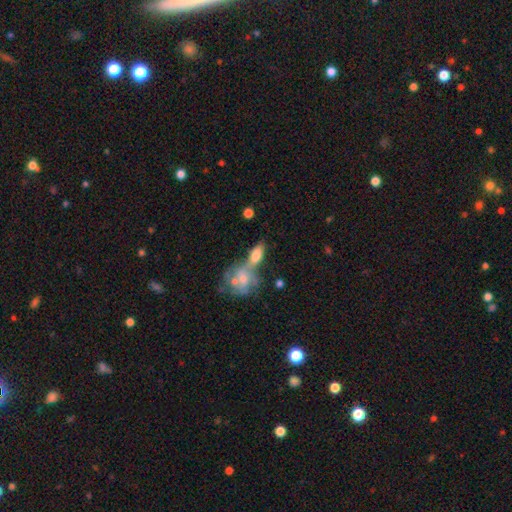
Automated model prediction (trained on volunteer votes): Smooth or featured? Predicted: smooth (p=0.63). How rounded? Predicted: in between (p=0.76). Merging? Predicted: merger (p=0.49).